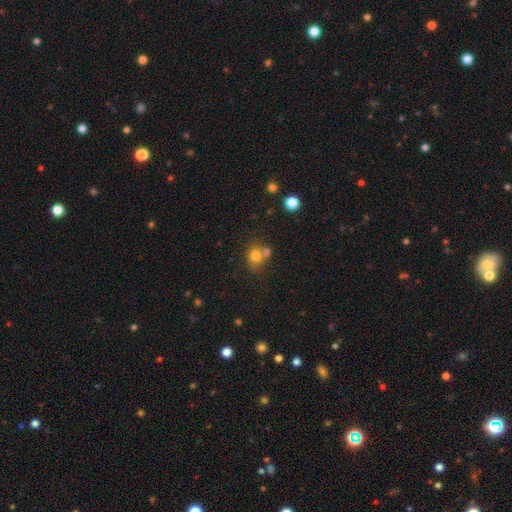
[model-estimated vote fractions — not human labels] Smooth or featured: smooth — 76% (star or artifact — 13%)
How rounded: round — 67% (in between — 32%)
Merging: none — 49% (merger — 34%)